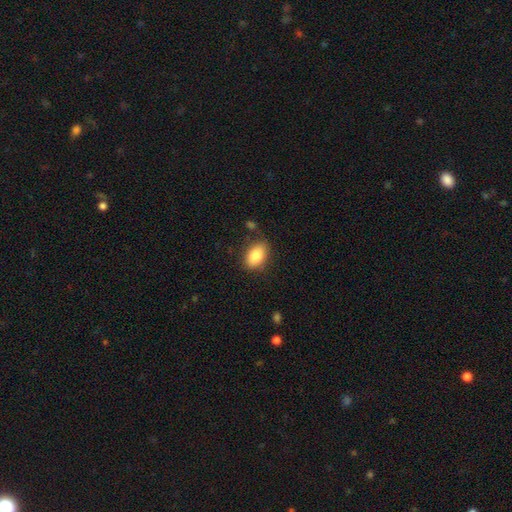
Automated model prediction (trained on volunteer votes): smooth 84%, featured or disk 8%, star or artifact 7%. Down the decision tree: how rounded — in between (88%); merging — none (78%).